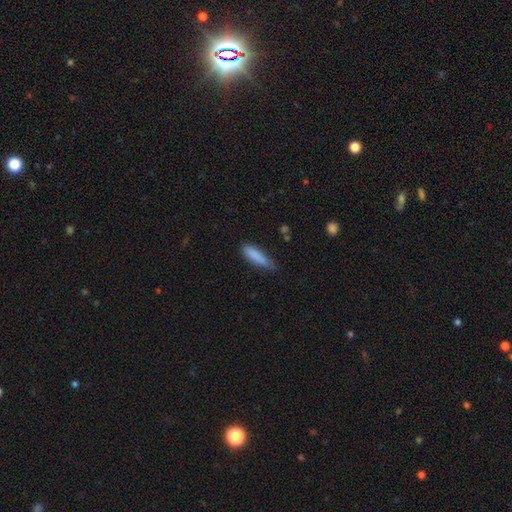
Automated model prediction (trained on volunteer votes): Smooth or featured?
  - smooth: 85% *
  - featured or disk: 9%
  - star or artifact: 7%
How rounded?
  - cigar-shaped: 70% *
  - in between: 28%
  - round: 2%
Merging?
  - none: 61% *
  - minor disturbance: 31%
  - major disturbance: 6%
  - merger: 2%